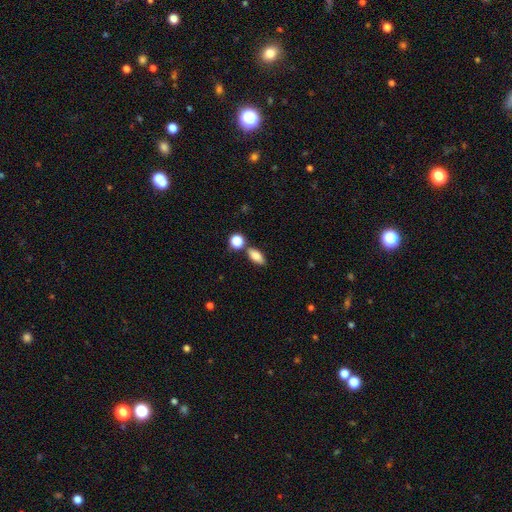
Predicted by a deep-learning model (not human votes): Smooth or featured?
  - smooth: 83% *
  - star or artifact: 9%
  - featured or disk: 8%
How rounded?
  - in between: 81% *
  - cigar-shaped: 11%
  - round: 8%
Merging?
  - none: 71% *
  - minor disturbance: 13%
  - merger: 13%
  - major disturbance: 4%